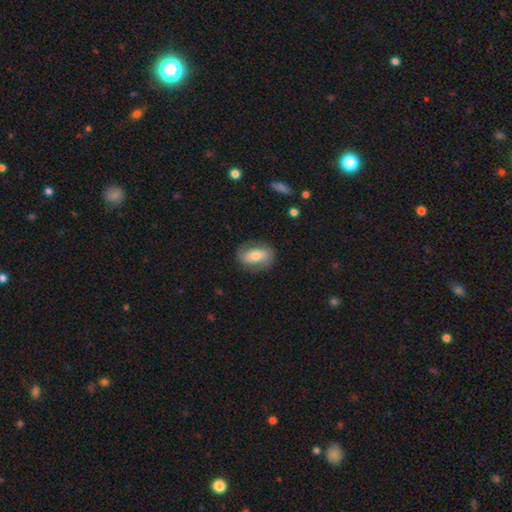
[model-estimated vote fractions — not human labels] This is possibly a smooth galaxy (49%). Merging: likely none (77%).